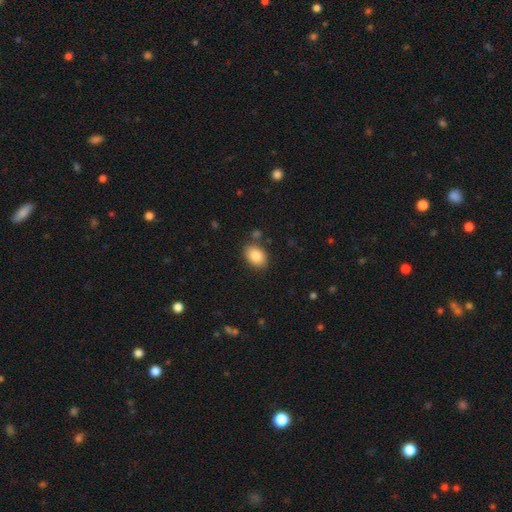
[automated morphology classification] Q: Smooth or featured?
A: smooth (87%); runner-up: star or artifact (8%)
Q: How rounded?
A: in between (80%); runner-up: round (19%)
Q: Merging?
A: none (82%); runner-up: minor disturbance (11%)